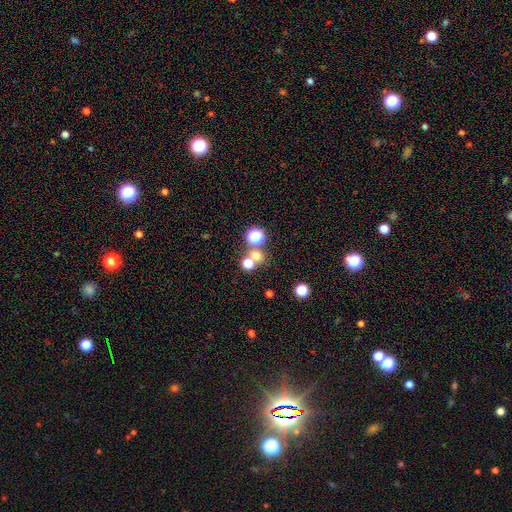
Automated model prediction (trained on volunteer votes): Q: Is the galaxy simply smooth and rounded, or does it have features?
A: smooth — 64%.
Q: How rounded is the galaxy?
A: round — 81%.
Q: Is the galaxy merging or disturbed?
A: none — 59%.